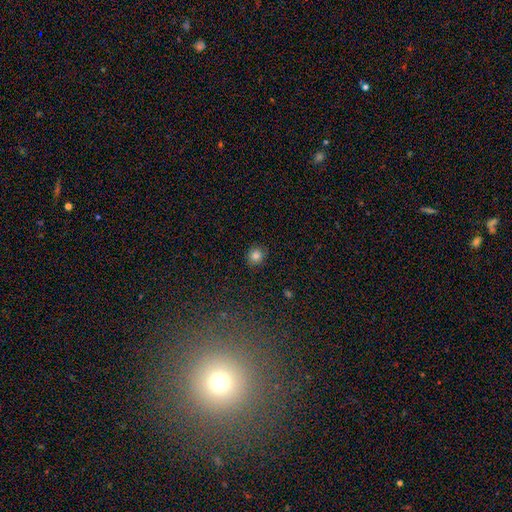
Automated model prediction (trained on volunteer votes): smooth_or_featured: smooth (p=0.83) [alt: star or artifact p=0.12]
how_rounded: round (p=0.87) [alt: in between p=0.12]
merging: none (p=0.88) [alt: minor disturbance p=0.09]